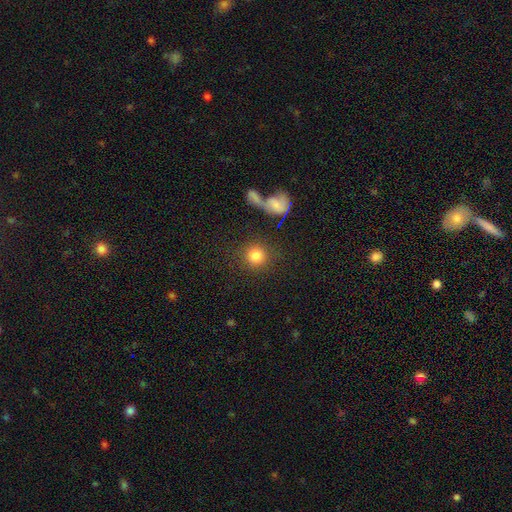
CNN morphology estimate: smooth_or_featured: smooth (p=0.83) [alt: star or artifact p=0.10]
how_rounded: round (p=0.91) [alt: in between p=0.07]
merging: none (p=0.76) [alt: merger p=0.10]